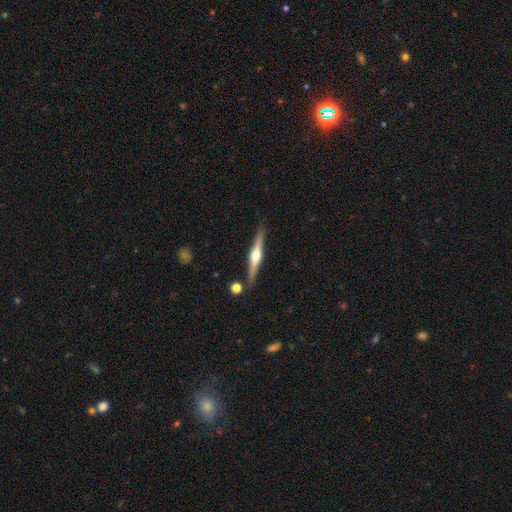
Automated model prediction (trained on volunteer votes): Smooth or featured?
  - featured or disk: 76% *
  - smooth: 19%
  - star or artifact: 5%
Edge-on disk?
  - yes: 98% *
  - no: 2%
Edge-on bulge?
  - rounded: 93% *
  - boxy: 5%
  - none: 3%
Merging?
  - none: 86% *
  - minor disturbance: 9%
  - merger: 3%
  - major disturbance: 2%